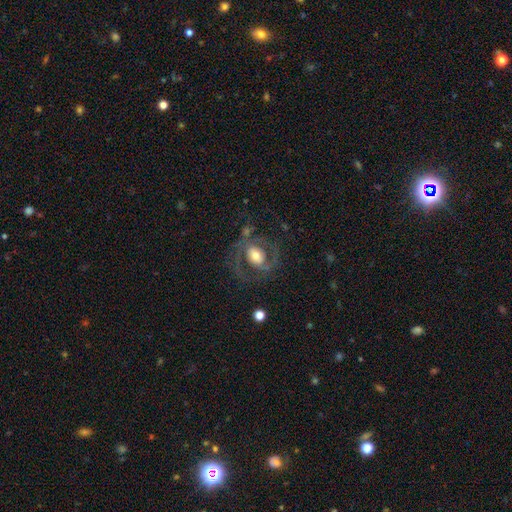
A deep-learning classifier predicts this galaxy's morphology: Smooth or featured: featured or disk — 69% (smooth — 24%)
Edge-on disk: no — 96% (yes — 4%)
Bar: no — 51% (weak — 32%)
Spiral arms: yes — 73% (no — 27%)
Bulge size: moderate — 57% (large — 25%)
Merging: none — 59% (major disturbance — 19%)